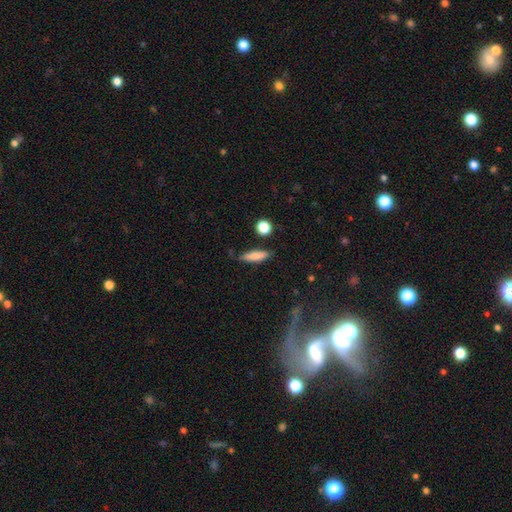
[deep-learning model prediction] Smooth or featured? Predicted: smooth (p=0.80). How rounded? Predicted: cigar-shaped (p=0.63). Merging? Predicted: none (p=0.74).